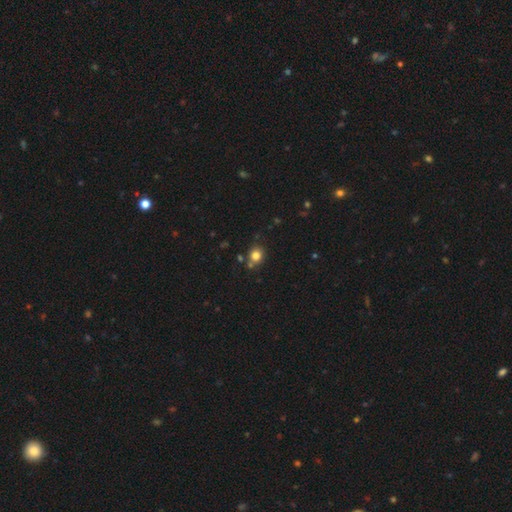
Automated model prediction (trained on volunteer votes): Q: Smooth or featured?
A: smooth (80%); runner-up: star or artifact (13%)
Q: How rounded?
A: round (80%); runner-up: in between (19%)
Q: Merging?
A: none (73%); runner-up: merger (13%)